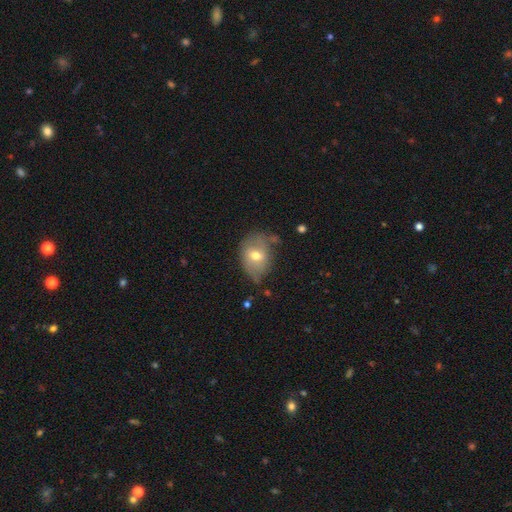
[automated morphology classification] Smooth or featured? smooth (59%)
How rounded? in between (63%)
Merging? none (51%)